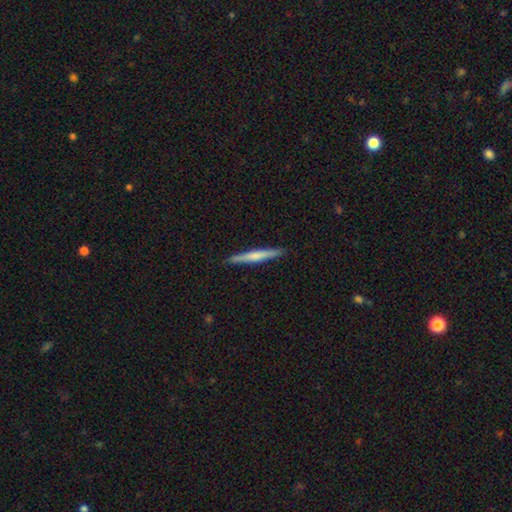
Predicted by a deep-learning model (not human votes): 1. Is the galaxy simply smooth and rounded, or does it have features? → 50% smooth, 45% featured or disk, 5% star or artifact.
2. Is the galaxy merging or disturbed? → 91% none, 7% minor disturbance, 1% major disturbance, 1% merger.